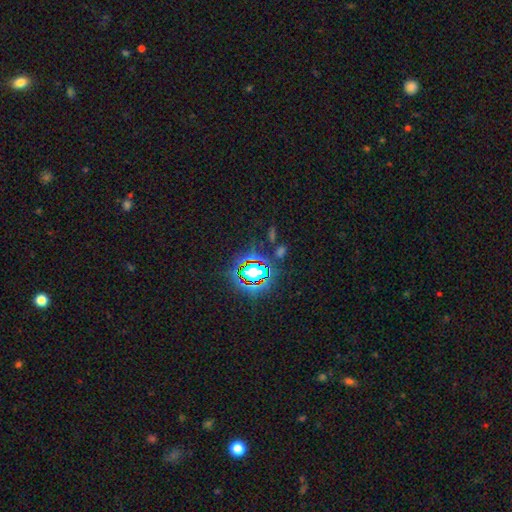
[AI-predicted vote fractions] Smooth or featured?
  - star or artifact: 77% *
  - smooth: 14%
  - featured or disk: 9%